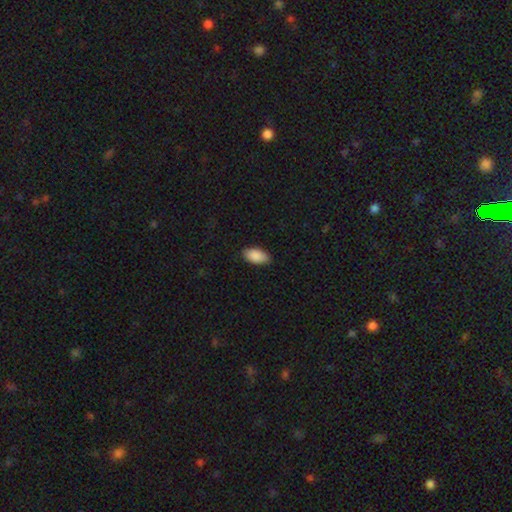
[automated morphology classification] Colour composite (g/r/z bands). It shows a smooth galaxy with no disk features (90%) that is in between round and cigar-shaped (94%). Merging: none (86%).